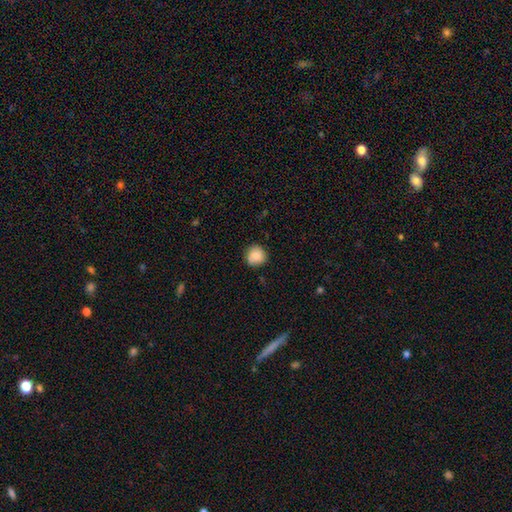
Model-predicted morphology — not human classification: type=smooth (86%); roundness=round (91%); merging=none (82%).